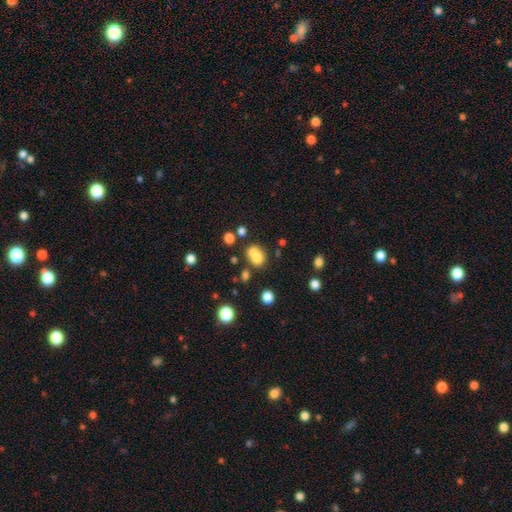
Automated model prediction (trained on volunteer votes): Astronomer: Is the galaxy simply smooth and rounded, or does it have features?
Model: smooth — 74%.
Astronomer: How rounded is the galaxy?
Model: in between — 53% (runner-up: round, 46%).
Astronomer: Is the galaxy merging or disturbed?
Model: merger — 41% (runner-up: none, 38%).